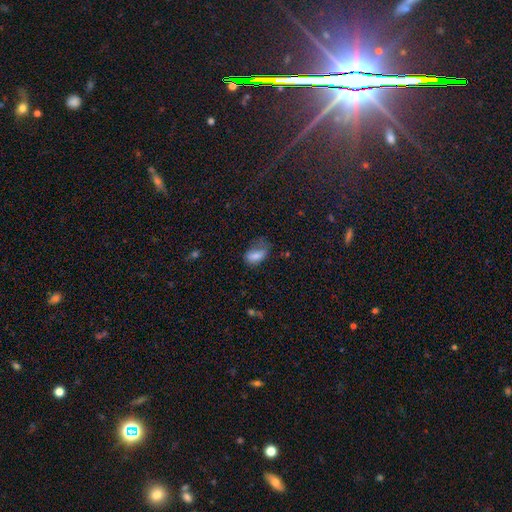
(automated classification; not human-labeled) smooth_or_featured: smooth (p=0.77) [alt: featured or disk p=0.12]
how_rounded: in between (p=0.89) [alt: round p=0.07]
merging: minor disturbance (p=0.34) [alt: none p=0.33]